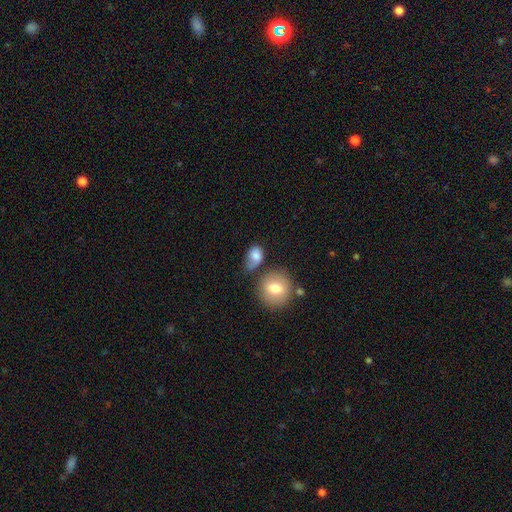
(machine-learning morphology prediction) Smooth or featured? smooth (79%)
How rounded? in between (65%)
Merging? none (38%)